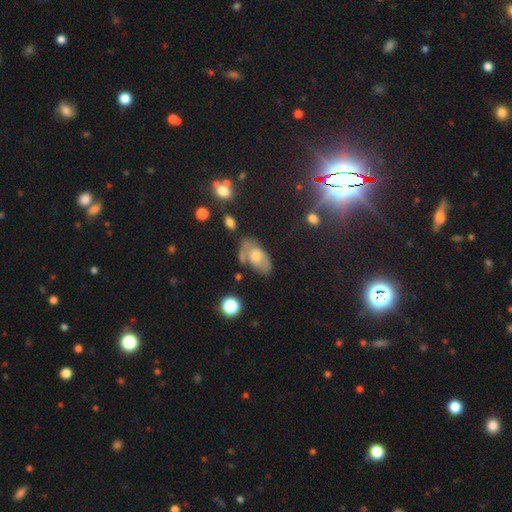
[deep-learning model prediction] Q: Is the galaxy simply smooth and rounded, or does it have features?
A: featured or disk — 51%.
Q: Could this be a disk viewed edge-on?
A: no — 91%.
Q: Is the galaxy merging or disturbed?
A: none — 52%.